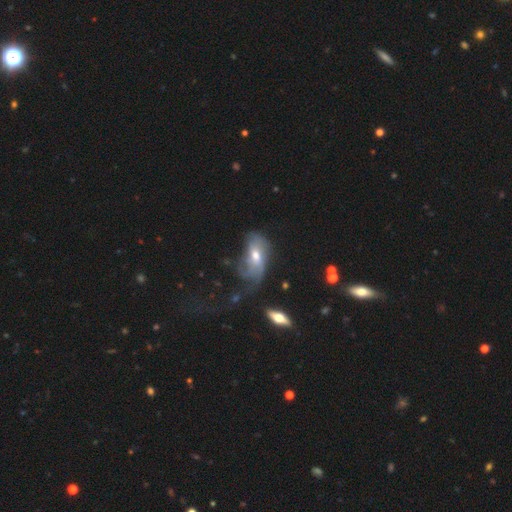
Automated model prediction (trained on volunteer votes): smooth-or-featured: featured or disk: 51% | smooth: 38% | star or artifact: 11%
  disk-edge-on: no: 87% | yes: 13%
  merging: major disturbance: 41% | none: 28% | minor disturbance: 26% | merger: 5%